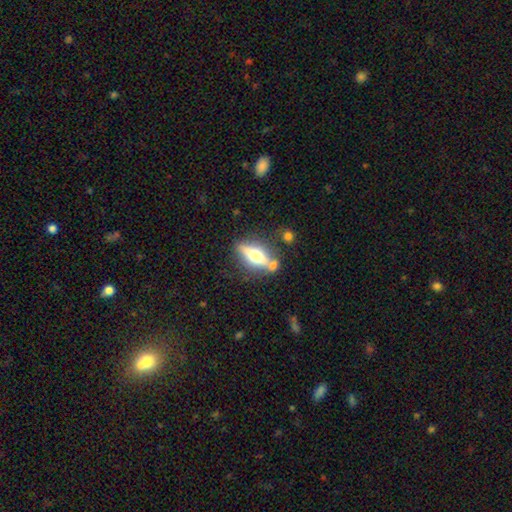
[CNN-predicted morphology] The model was most divided on "smooth or featured": featured or disk: 53%, smooth: 40%, star or artifact: 7%. More confident: edge-on disk — yes (83%); merging — none (67%).